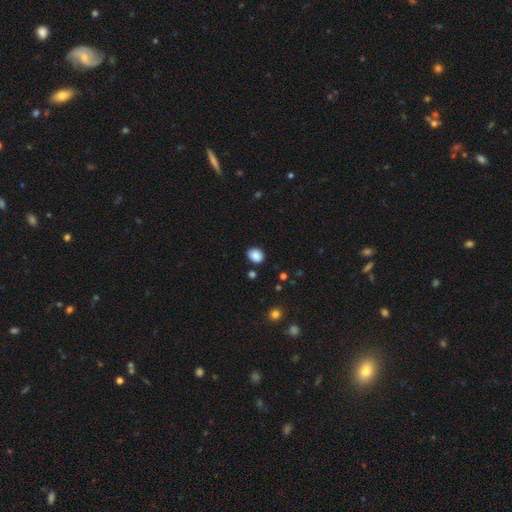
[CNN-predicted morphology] Q: Smooth or featured?
A: smooth (87%); runner-up: star or artifact (9%)
Q: How rounded?
A: round (50%); tied with: in between (50%)
Q: Merging?
A: none (83%); runner-up: minor disturbance (11%)